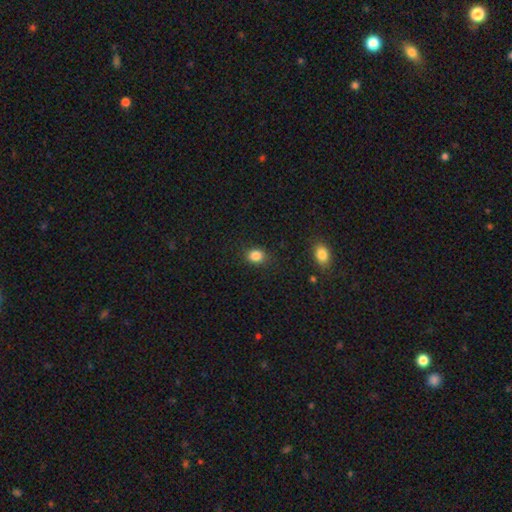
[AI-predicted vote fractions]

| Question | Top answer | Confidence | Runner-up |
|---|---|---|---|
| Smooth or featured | smooth | 85% | star or artifact (11%) |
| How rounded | round | 55% | in between (44%) |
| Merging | none | 85% | minor disturbance (10%) |